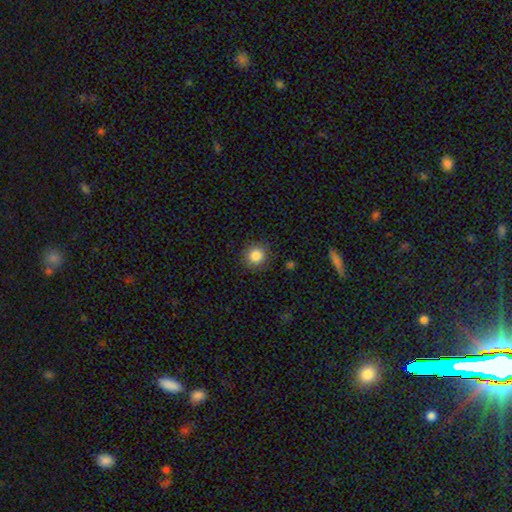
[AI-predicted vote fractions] This is clearly a smooth galaxy (85%). How rounded: clearly round (92%). Merging: clearly none (89%).